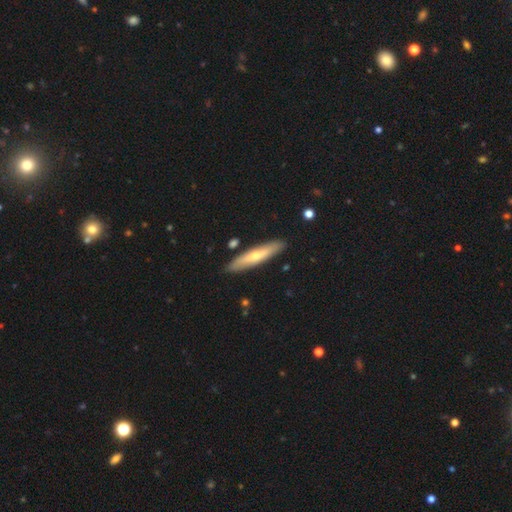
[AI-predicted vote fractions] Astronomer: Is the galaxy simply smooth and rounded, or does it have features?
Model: smooth — 49% (runner-up: featured or disk, 45%).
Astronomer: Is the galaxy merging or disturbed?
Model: none — 87%.